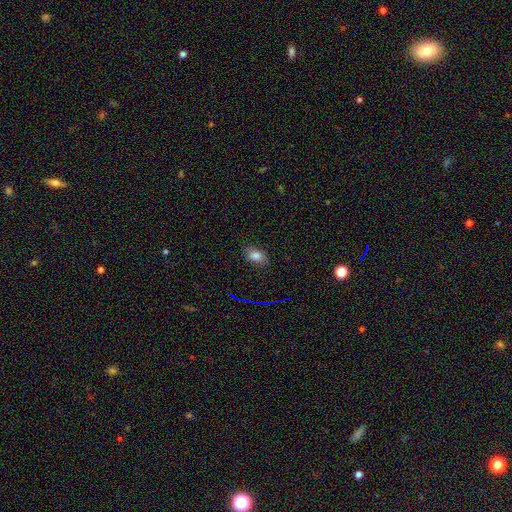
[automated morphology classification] A smooth galaxy with no disk features (79%) that is in between round and cigar-shaped (82%). Merging: none (79%).